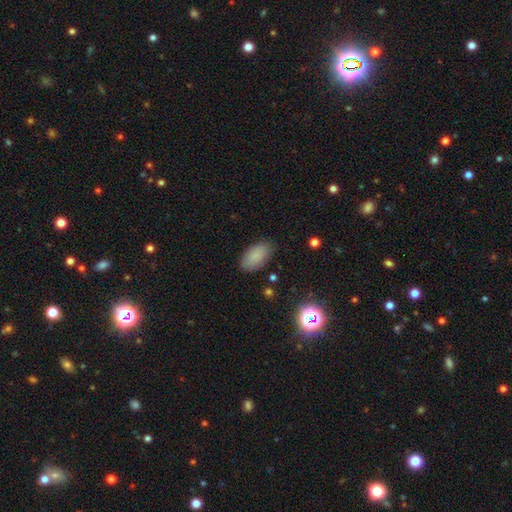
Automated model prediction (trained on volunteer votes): smooth_or_featured: smooth (p=0.86) [alt: star or artifact p=0.09]
how_rounded: in between (p=0.94) [alt: round p=0.04]
merging: none (p=0.83) [alt: minor disturbance p=0.13]